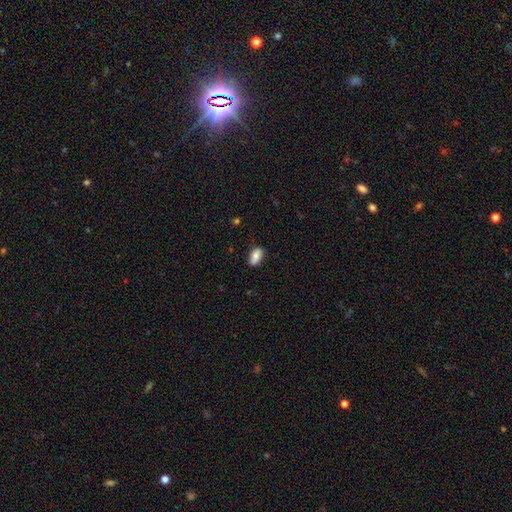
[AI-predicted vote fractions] Smooth or featured: smooth — 73% (featured or disk — 19%)
How rounded: in between — 90% (round — 6%)
Merging: none — 75% (minor disturbance — 19%)